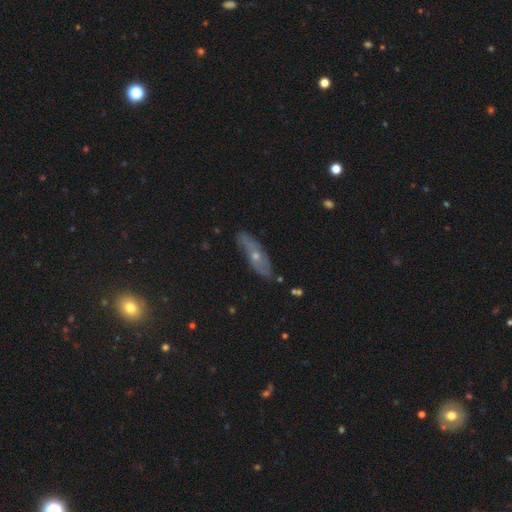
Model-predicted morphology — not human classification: The model was most divided on "edge-on disk": no: 58%, yes: 42%. More confident: merging — none (77%); smooth or featured — featured or disk (58%).